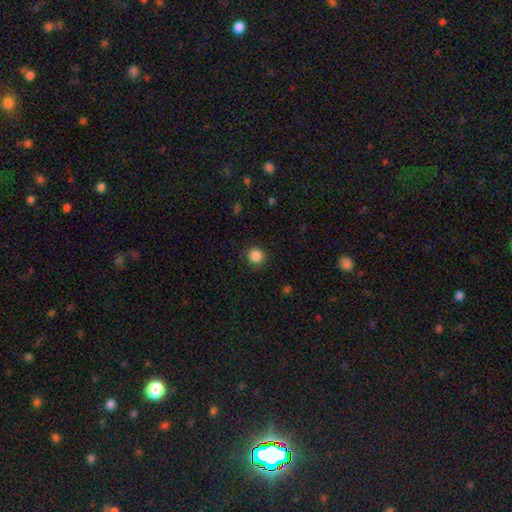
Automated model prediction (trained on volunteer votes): A smooth galaxy with no disk features (87%) that is round (92%).

Vote fractions:
- Smooth or featured? smooth: 87% / star or artifact: 10% / featured or disk: 3%
- How rounded? round: 92% / in between: 7% / cigar-shaped: 1%
- Merging? none: 87% / minor disturbance: 9% / major disturbance: 3% / merger: 1%